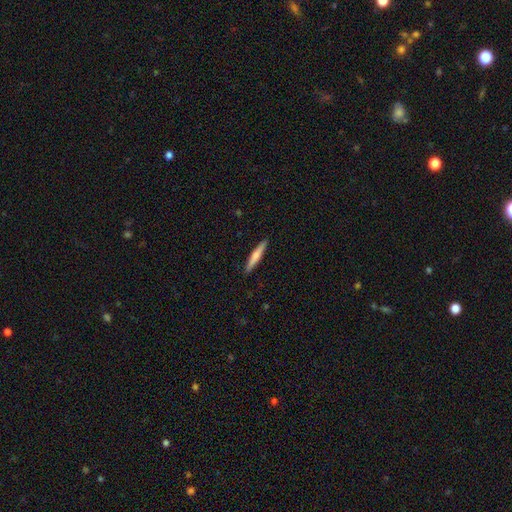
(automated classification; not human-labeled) Smooth or featured? smooth (58%)
How rounded? cigar-shaped (93%)
Merging? none (91%)